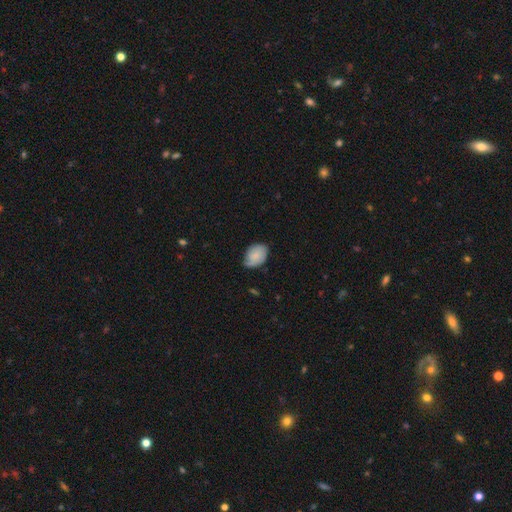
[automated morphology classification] This is likely a smooth galaxy (66%). How rounded: likely in between (76%). Merging: possibly none (54%).